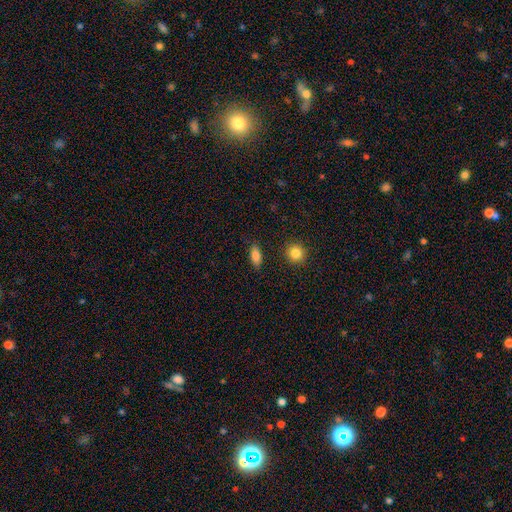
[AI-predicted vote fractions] smooth-or-featured: smooth: 85% | star or artifact: 8% | featured or disk: 7%
  how-rounded: in between: 81% | cigar-shaped: 14% | round: 5%
  merging: none: 87% | minor disturbance: 9% | major disturbance: 2% | merger: 2%